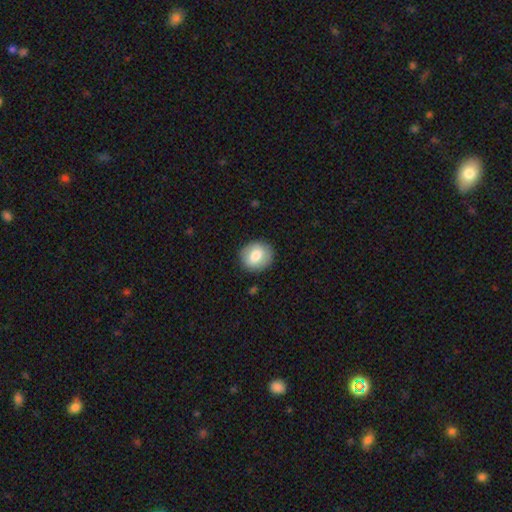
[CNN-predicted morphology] Smooth or featured? Predicted: smooth (p=0.75). How rounded? Predicted: round (p=0.72). Merging? Predicted: none (p=0.87).